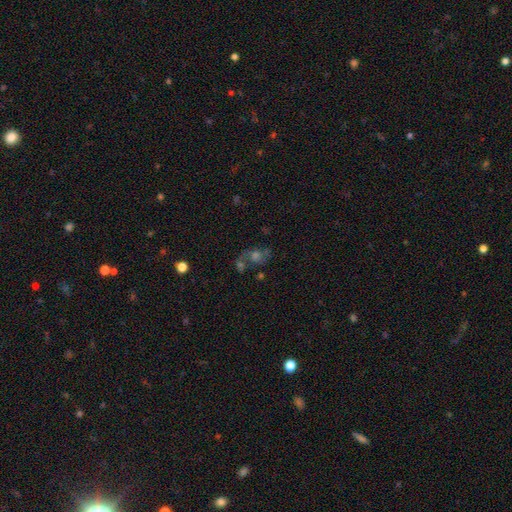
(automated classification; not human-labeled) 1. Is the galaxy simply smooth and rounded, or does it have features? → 51% featured or disk, 26% smooth, 23% star or artifact.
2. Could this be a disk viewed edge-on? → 94% no, 6% yes.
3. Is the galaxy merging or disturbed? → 49% none, 26% merger, 14% minor disturbance, 12% major disturbance.